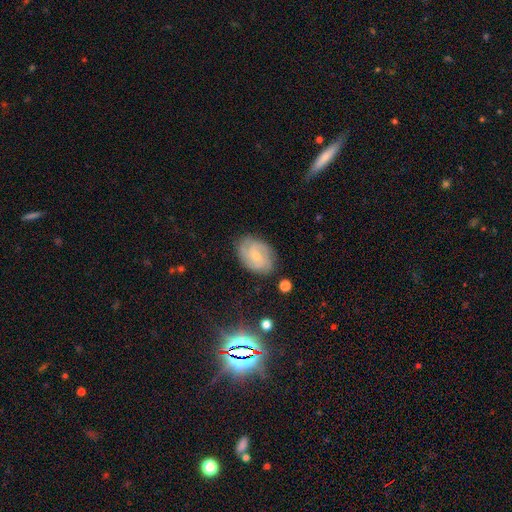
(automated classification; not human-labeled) Q: Smooth or featured?
A: featured or disk (72%); runner-up: smooth (21%)
Q: Edge-on disk?
A: no (97%); runner-up: yes (3%)
Q: Bar?
A: no (57%); runner-up: weak (37%)
Q: Spiral arms?
A: yes (93%); runner-up: no (7%)
Q: Spiral winding?
A: tight (51%); runner-up: medium (38%)
Q: Spiral arm count?
A: 3 (28%); runner-up: 2 (27%)
Q: Bulge size?
A: small (68%); runner-up: moderate (27%)
Q: Merging?
A: none (78%); runner-up: minor disturbance (16%)